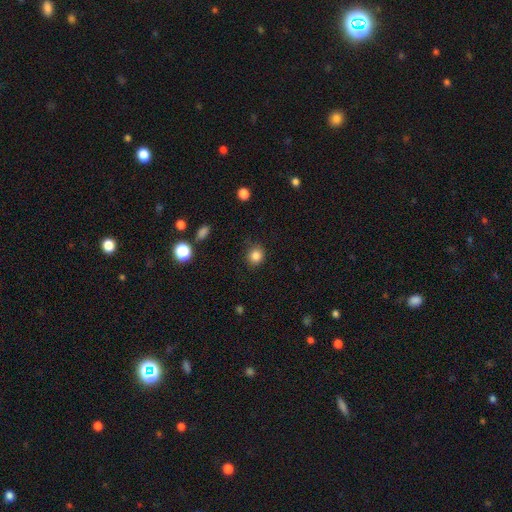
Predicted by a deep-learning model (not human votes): Morphology: type=smooth (84%); roundness=round (83%); merging=none (86%).